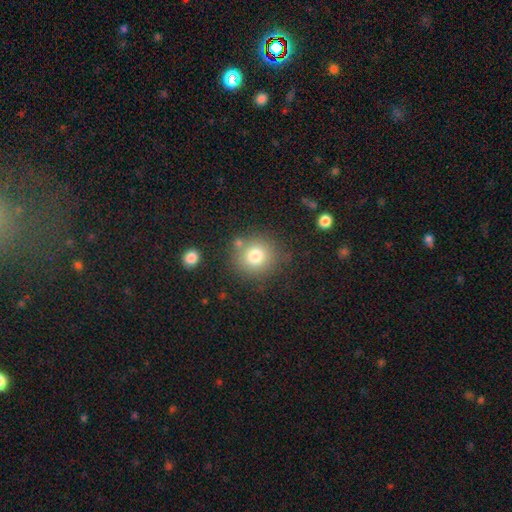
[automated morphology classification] A smooth galaxy with no disk features (73%) that is round (90%). Merging: none (82%).